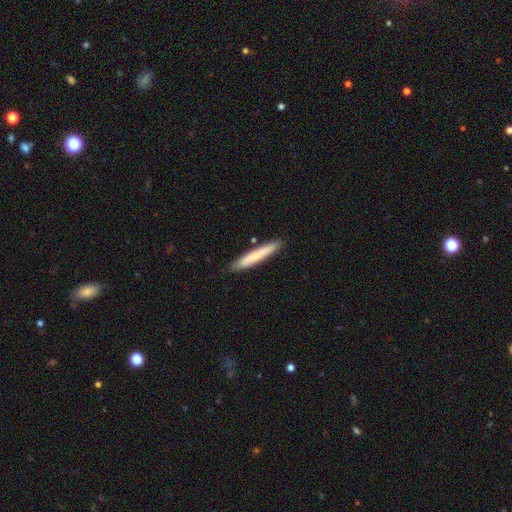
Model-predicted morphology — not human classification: A smooth galaxy with no disk features (71%) that is cigar-shaped (94%). Merging: none (86%).